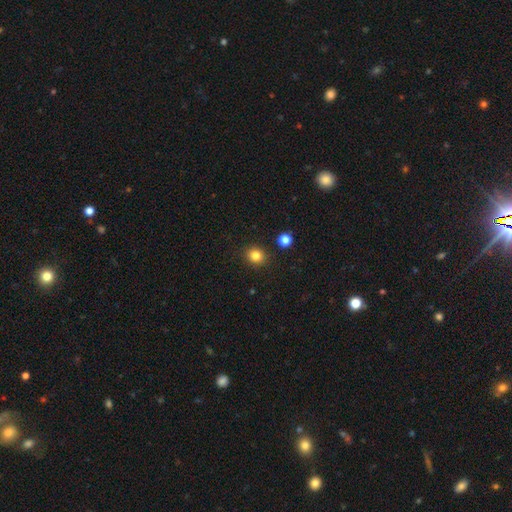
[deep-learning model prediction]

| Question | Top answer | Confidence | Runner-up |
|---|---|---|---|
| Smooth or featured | smooth | 82% | star or artifact (12%) |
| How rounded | round | 81% | in between (18%) |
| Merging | none | 89% | minor disturbance (6%) |